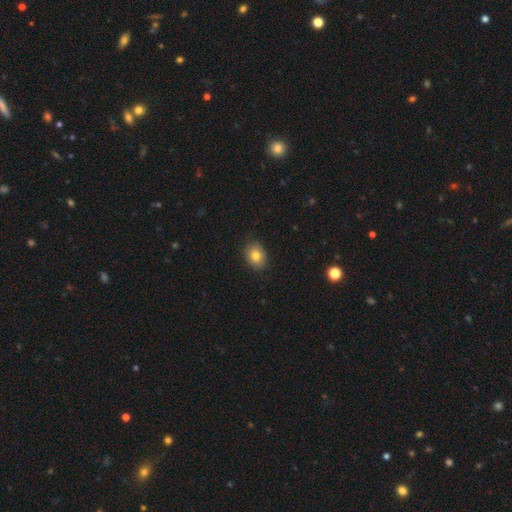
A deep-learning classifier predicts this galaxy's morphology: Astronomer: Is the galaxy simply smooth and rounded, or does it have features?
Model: smooth — 80%.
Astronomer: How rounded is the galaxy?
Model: in between — 58% (runner-up: round, 41%).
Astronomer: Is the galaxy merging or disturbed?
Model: none — 87%.